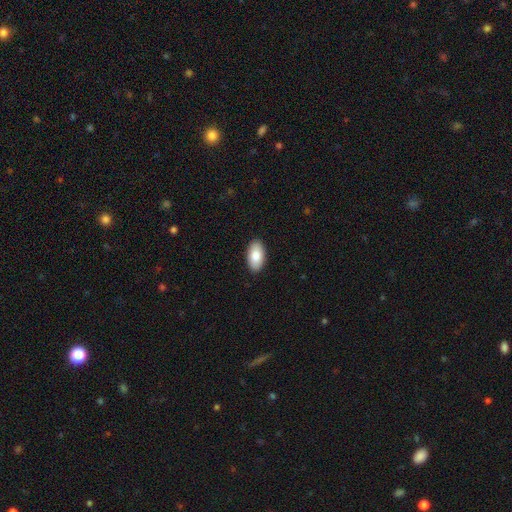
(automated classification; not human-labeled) Smooth or featured: smooth — 84% (featured or disk — 10%)
How rounded: in between — 95% (round — 3%)
Merging: none — 90% (minor disturbance — 7%)